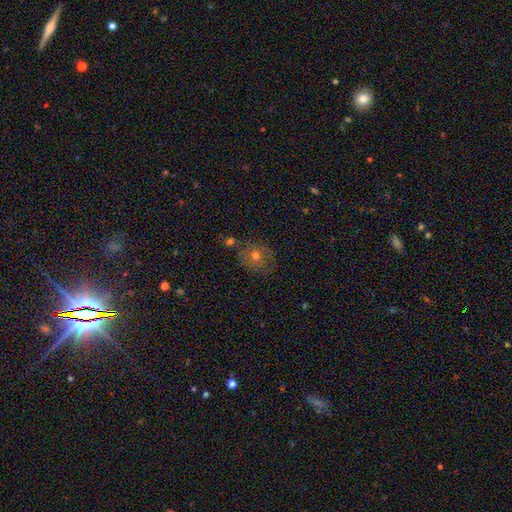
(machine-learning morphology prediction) This appears to be a smooth galaxy with no disk features (60%) that is round (77%). Merging: none (70%).